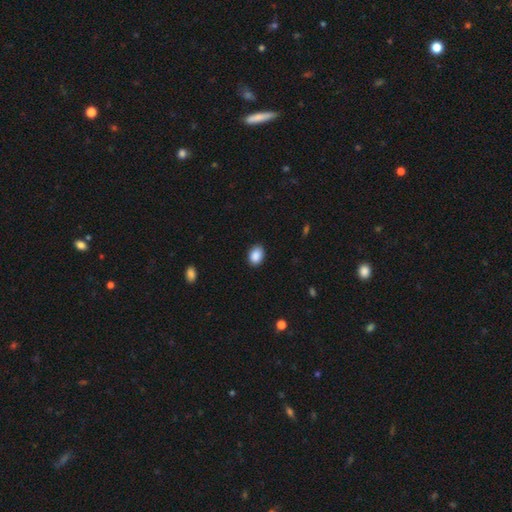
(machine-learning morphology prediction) This is clearly a smooth galaxy (89%). How rounded: likely in between (74%). Merging: clearly none (87%).